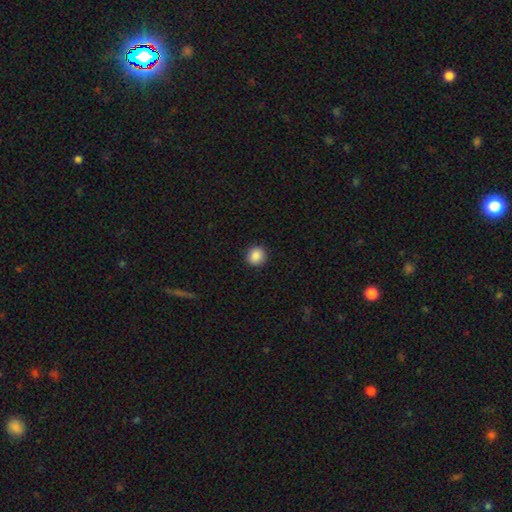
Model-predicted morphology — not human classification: A smooth galaxy with no disk features (88%) that is round (90%). Merging: none (91%).